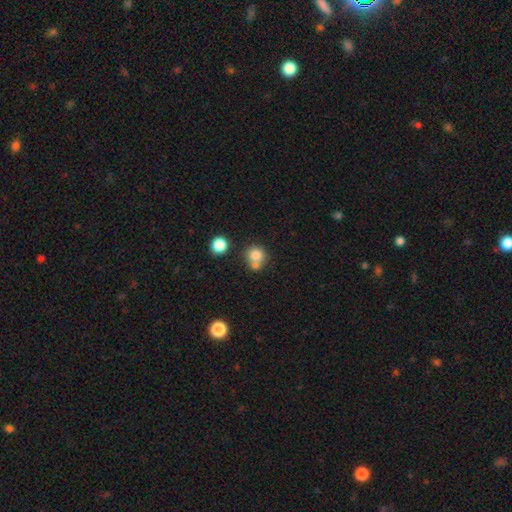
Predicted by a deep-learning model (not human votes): A smooth galaxy with no disk features (78%) that is round (85%).

Vote fractions:
- Smooth or featured? smooth: 78% / star or artifact: 12% / featured or disk: 10%
- How rounded? round: 85% / in between: 14% / cigar-shaped: 1%
- Merging? none: 47% / merger: 39% / minor disturbance: 10% / major disturbance: 4%